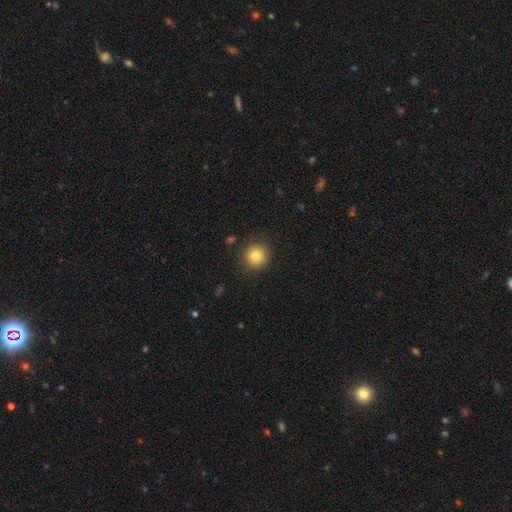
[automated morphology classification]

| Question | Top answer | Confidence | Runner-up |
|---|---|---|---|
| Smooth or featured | smooth | 81% | star or artifact (11%) |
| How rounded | round | 94% | in between (5%) |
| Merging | none | 90% | minor disturbance (7%) |